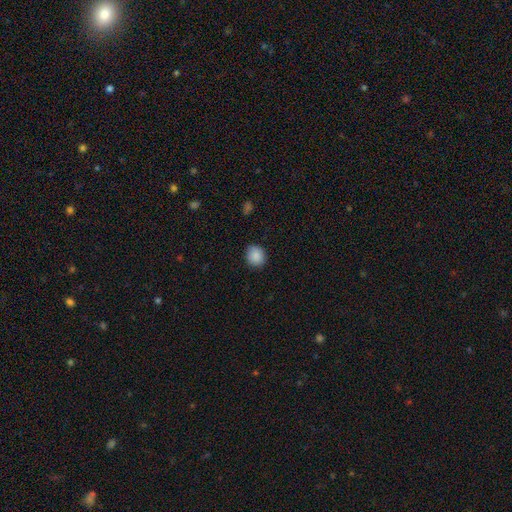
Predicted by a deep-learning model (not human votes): Smooth or featured? smooth (88%)
How rounded? round (80%)
Merging? none (87%)